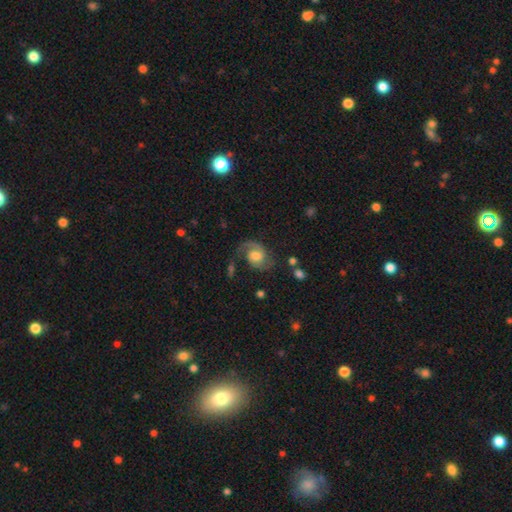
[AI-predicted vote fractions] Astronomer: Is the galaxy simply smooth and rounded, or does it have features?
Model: featured or disk — 78%.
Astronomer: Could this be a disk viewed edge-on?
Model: no — 98%.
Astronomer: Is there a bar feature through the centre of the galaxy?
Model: no — 60%.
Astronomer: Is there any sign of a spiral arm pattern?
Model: yes — 95%.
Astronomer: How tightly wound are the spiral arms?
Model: medium — 51% (runner-up: loose, 27%).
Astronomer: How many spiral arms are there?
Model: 2 — 74%.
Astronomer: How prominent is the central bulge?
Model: moderate — 54%.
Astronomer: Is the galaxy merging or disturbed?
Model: none — 62%.